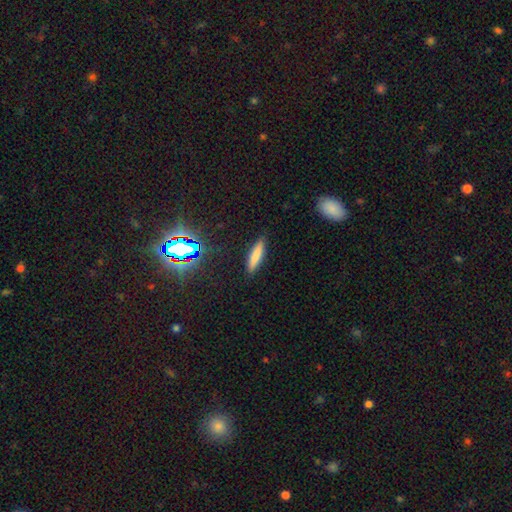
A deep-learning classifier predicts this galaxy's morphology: Smooth or featured: smooth — 76% (featured or disk — 12%)
How rounded: cigar-shaped — 77% (in between — 21%)
Merging: none — 87% (minor disturbance — 9%)